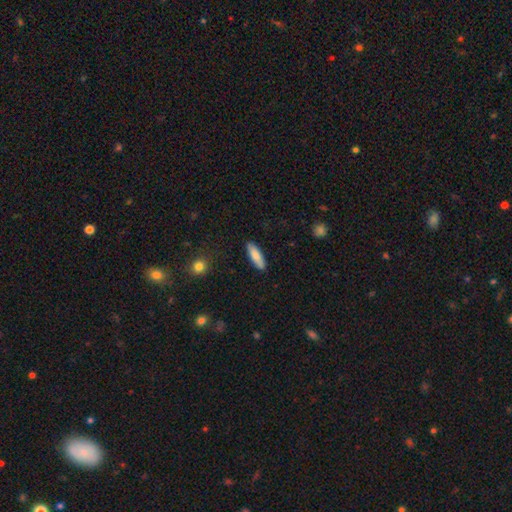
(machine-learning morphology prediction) This appears to be a smooth galaxy with no disk features (83%) that is cigar-shaped (55%). Merging: none (88%).